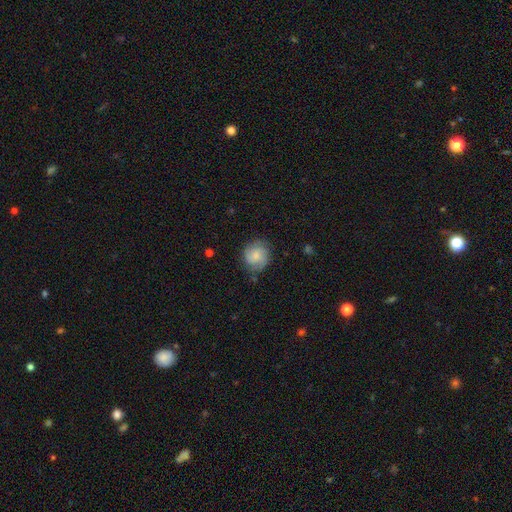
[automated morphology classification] The model was most divided on "smooth or featured": smooth: 61%, featured or disk: 31%, star or artifact: 8%. More confident: how rounded — round (81%); merging — none (74%).